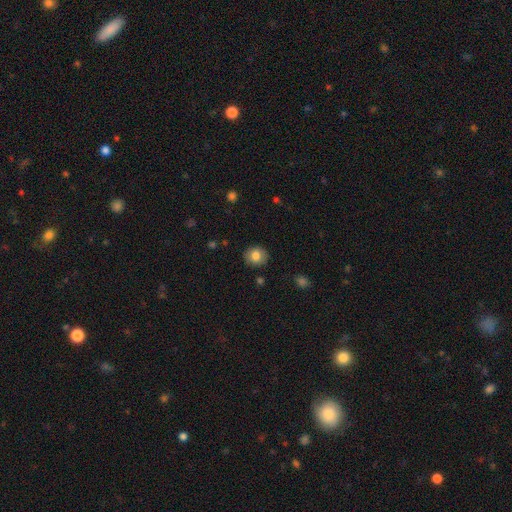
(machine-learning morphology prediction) A smooth galaxy with no disk features (81%) that is round (80%).

Vote fractions:
- Smooth or featured? smooth: 81% / featured or disk: 10% / star or artifact: 9%
- How rounded? round: 80% / in between: 19% / cigar-shaped: 1%
- Merging? none: 87% / minor disturbance: 9% / major disturbance: 2% / merger: 1%